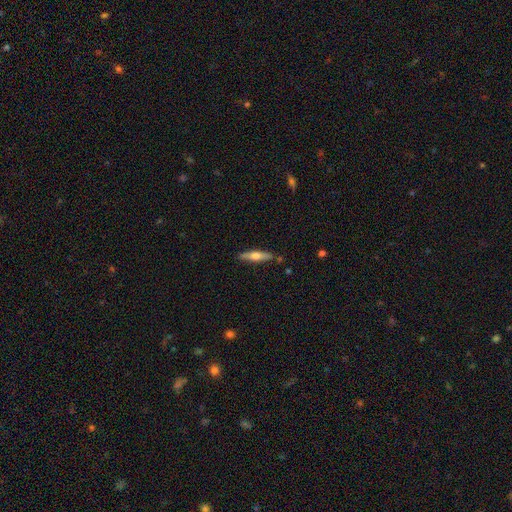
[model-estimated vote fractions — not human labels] Smooth or featured? smooth (48%)
Merging? none (86%)